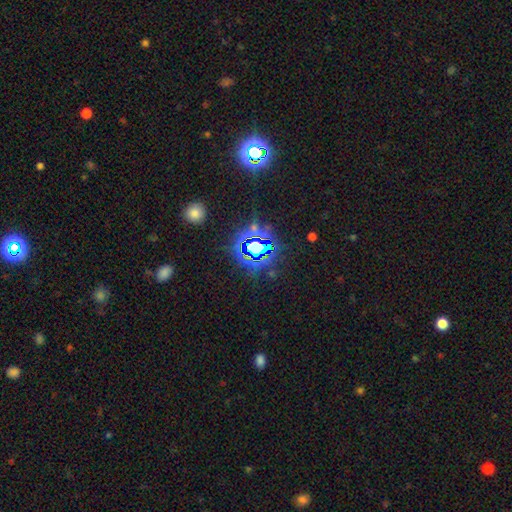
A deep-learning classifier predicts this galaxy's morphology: A star or artifact, not a galaxy (78%).

Vote fractions:
- Smooth or featured? star or artifact: 78% / smooth: 12% / featured or disk: 10%